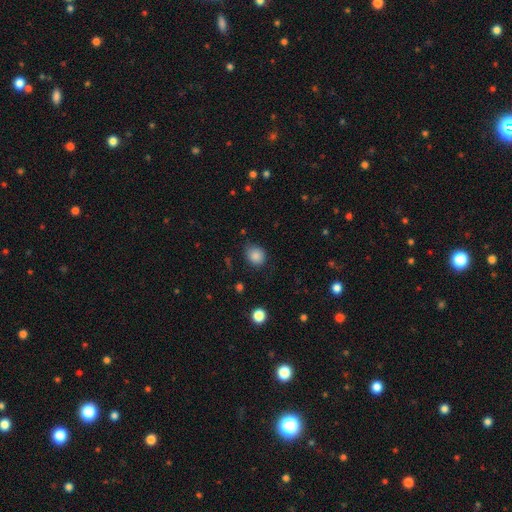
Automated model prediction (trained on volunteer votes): Smooth or featured? Predicted: smooth (p=0.85). How rounded? Predicted: round (p=0.71). Merging? Predicted: none (p=0.73).